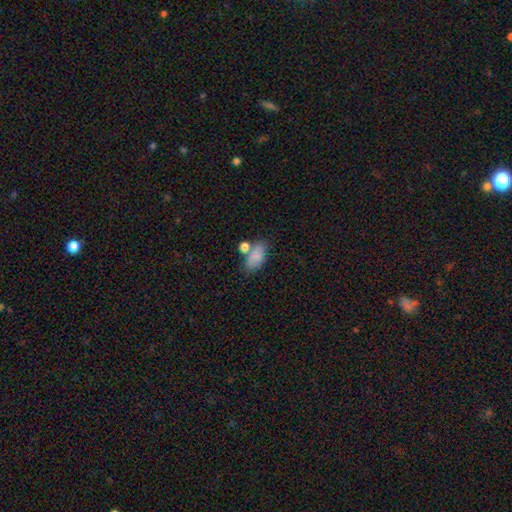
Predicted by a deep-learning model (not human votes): Smooth or featured: smooth — 77% (featured or disk — 13%)
How rounded: in between — 88% (round — 9%)
Merging: none — 47% (merger — 27%)